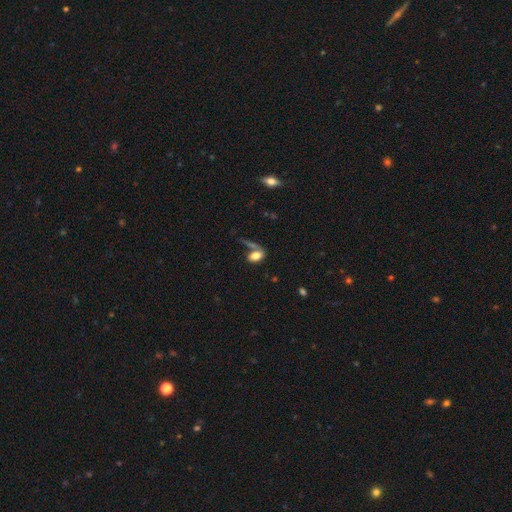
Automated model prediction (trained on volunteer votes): The model was most divided on "merging": none: 43%, merger: 28%, minor disturbance: 15%, major disturbance: 14%. More confident: how rounded — in between (86%); smooth or featured — smooth (76%).